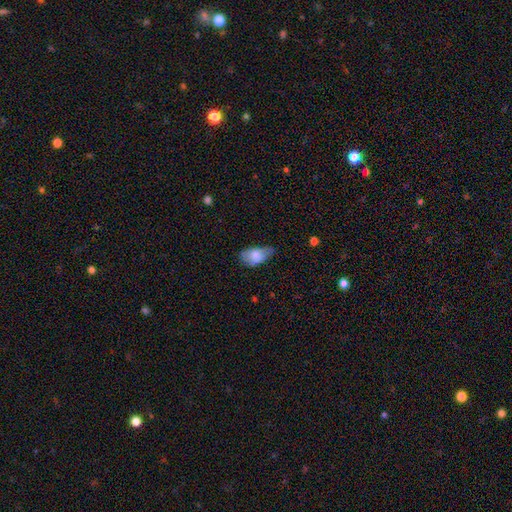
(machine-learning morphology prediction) This is likely a smooth galaxy (75%). How rounded: clearly in between (92%). Merging: marginally minor disturbance (45%).